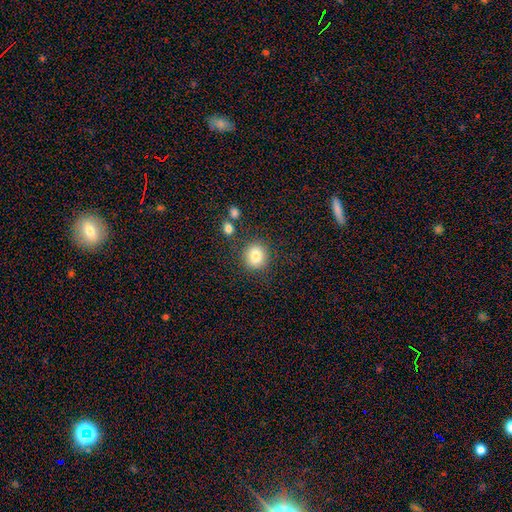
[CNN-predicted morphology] Smooth or featured? smooth (83%)
How rounded? round (81%)
Merging? none (82%)